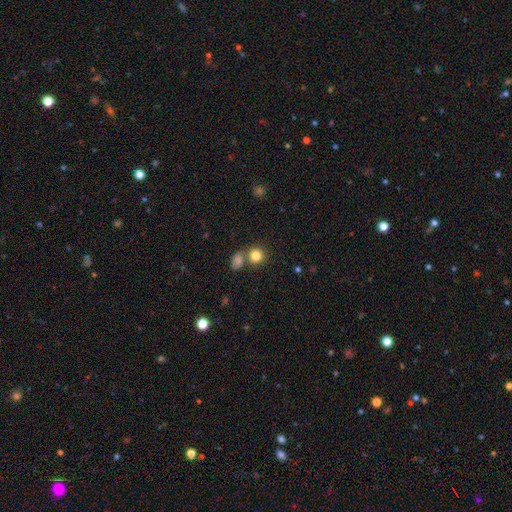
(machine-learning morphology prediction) Q: Smooth or featured?
A: smooth (83%); runner-up: star or artifact (11%)
Q: How rounded?
A: round (84%); runner-up: in between (15%)
Q: Merging?
A: none (64%); runner-up: merger (24%)